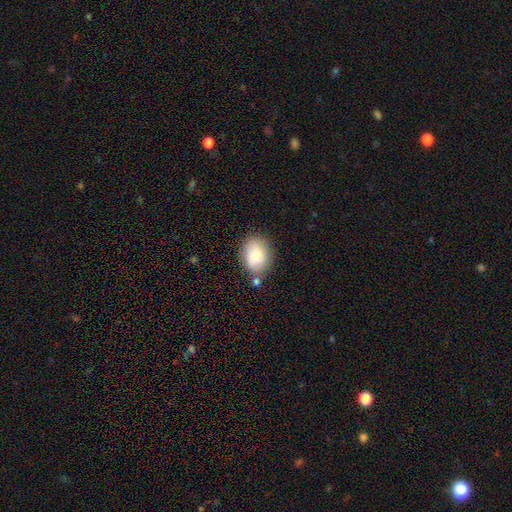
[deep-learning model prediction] A smooth galaxy with no disk features (75%) that is in between round and cigar-shaped (63%).

Vote fractions:
- Smooth or featured? smooth: 75% / featured or disk: 17% / star or artifact: 8%
- How rounded? in between: 63% / round: 36% / cigar-shaped: 1%
- Merging? none: 74% / minor disturbance: 16% / merger: 6% / major disturbance: 4%